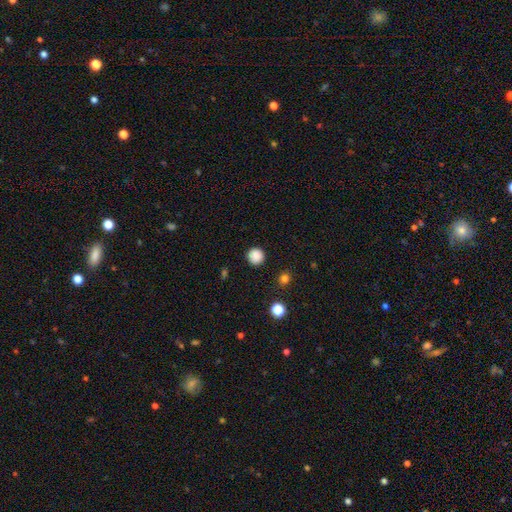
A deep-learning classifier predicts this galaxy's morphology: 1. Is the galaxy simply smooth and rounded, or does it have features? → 87% smooth, 10% star or artifact, 3% featured or disk.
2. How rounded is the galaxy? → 95% round, 4% in between, 1% cigar-shaped.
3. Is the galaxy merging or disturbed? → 91% none, 5% minor disturbance, 2% major disturbance, 1% merger.